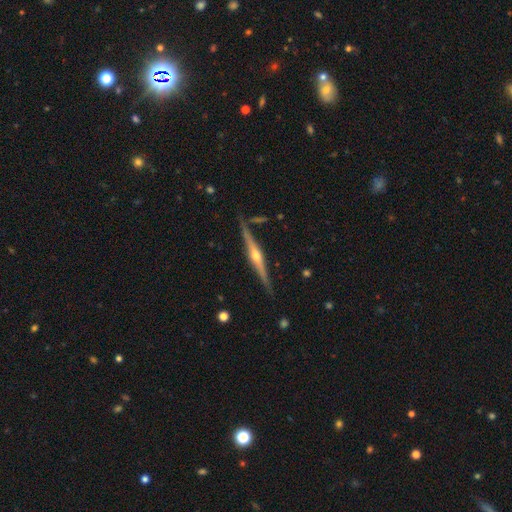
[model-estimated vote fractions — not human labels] Smooth or featured: featured or disk — 84% (smooth — 11%)
Edge-on disk: yes — 98% (no — 2%)
Edge-on bulge: rounded — 92% (none — 4%)
Merging: none — 85% (minor disturbance — 10%)